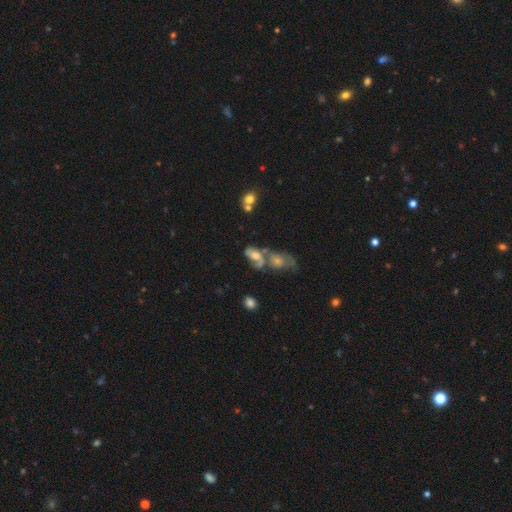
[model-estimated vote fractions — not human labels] Smooth or featured? featured or disk (55%)
Edge-on disk? no (94%)
Bar? no (65%)
Spiral arms? yes (74%)
Bulge size? moderate (52%)
Merging? merger (48%)